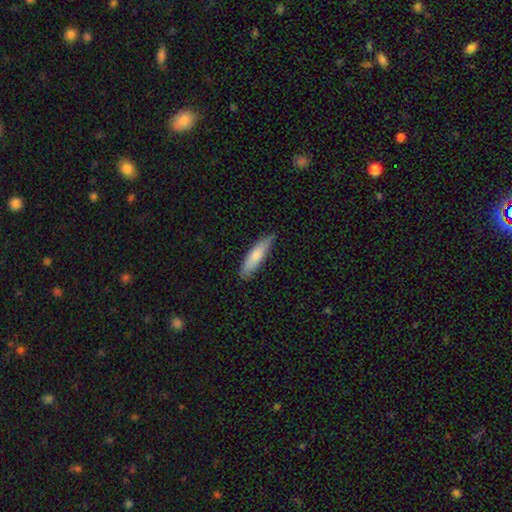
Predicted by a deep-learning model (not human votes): This is likely a smooth galaxy (77%). How rounded: likely cigar-shaped (72%). Merging: likely none (78%).